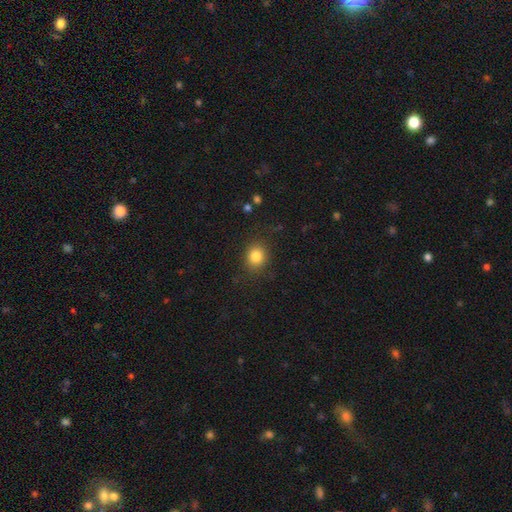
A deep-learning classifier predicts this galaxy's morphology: A smooth galaxy with no disk features (83%) that is round (71%). Merging: none (86%).